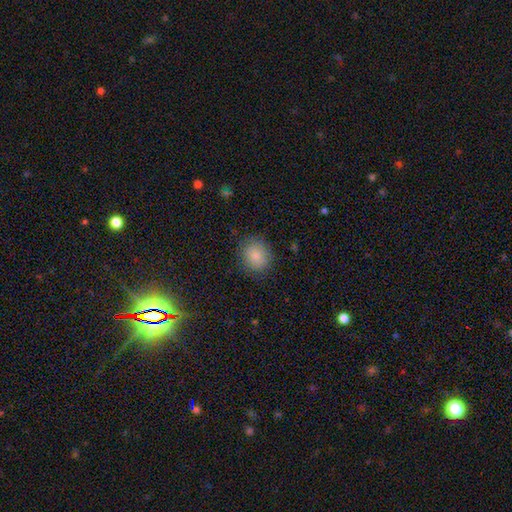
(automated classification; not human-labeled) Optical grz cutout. It shows a smooth galaxy with no disk features (83%) that is round (75%). Merging: none (83%).